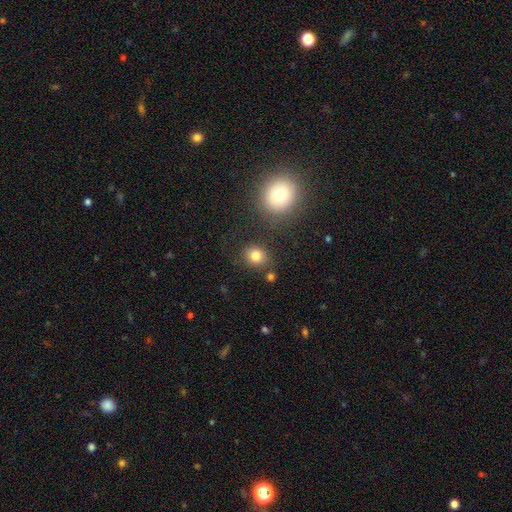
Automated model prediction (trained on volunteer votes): smooth_or_featured: smooth (p=0.81) [alt: star or artifact p=0.12]
how_rounded: round (p=0.70) [alt: in between p=0.29]
merging: none (p=0.80) [alt: minor disturbance p=0.10]